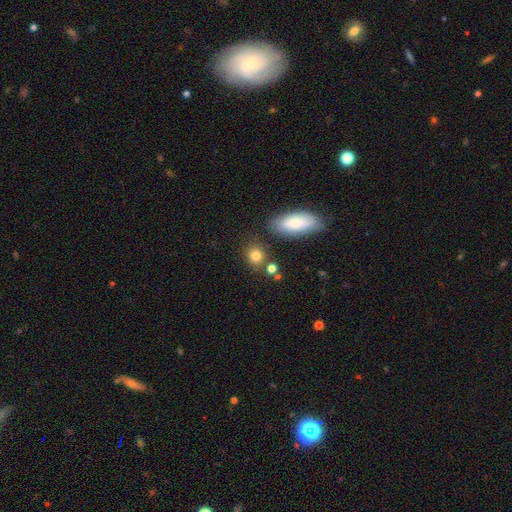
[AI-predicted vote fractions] smooth-or-featured: smooth: 82% | star or artifact: 11% | featured or disk: 7%
  how-rounded: round: 64% | in between: 34% | cigar-shaped: 3%
  merging: none: 74% | minor disturbance: 12% | merger: 10% | major disturbance: 4%